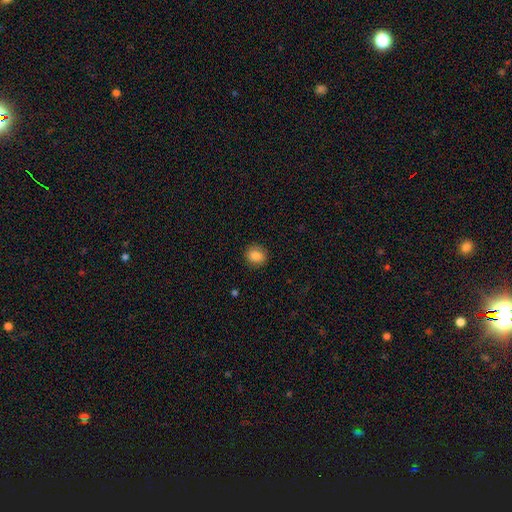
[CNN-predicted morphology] Smooth or featured: smooth — 86% (star or artifact — 9%)
How rounded: round — 75% (in between — 24%)
Merging: none — 89% (minor disturbance — 8%)